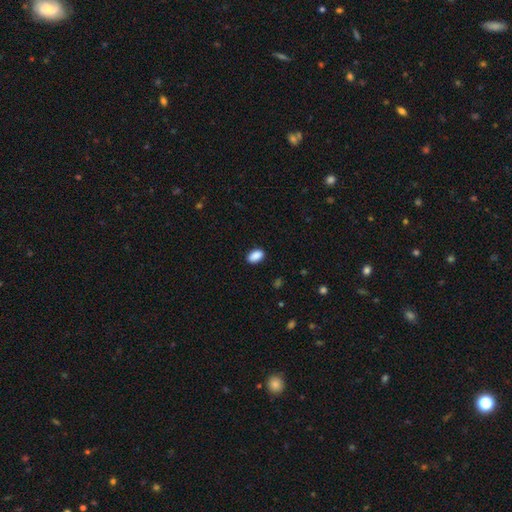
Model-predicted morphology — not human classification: smooth 90%, star or artifact 7%, featured or disk 3%. Down the decision tree: how rounded — in between (92%); merging — none (88%).